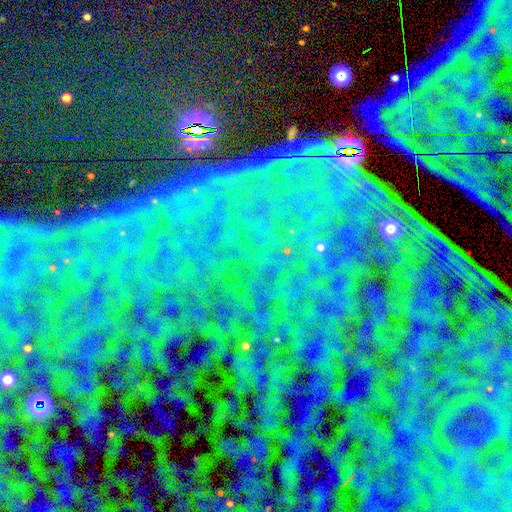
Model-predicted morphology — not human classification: Q: Smooth or featured?
A: star or artifact (85%); runner-up: featured or disk (8%)